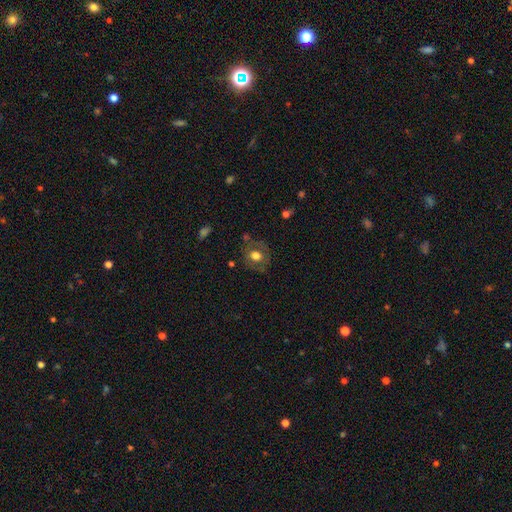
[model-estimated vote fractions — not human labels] smooth 60%, featured or disk 31%, star or artifact 10%. Down the decision tree: how rounded — round (72%); merging — none (73%).